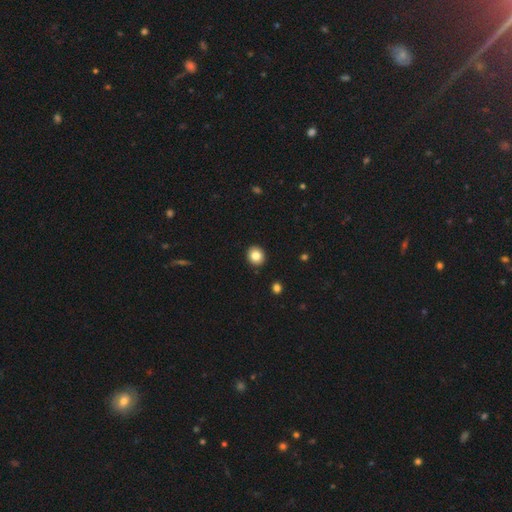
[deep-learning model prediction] Smooth or featured? smooth (83%)
How rounded? round (82%)
Merging? none (93%)